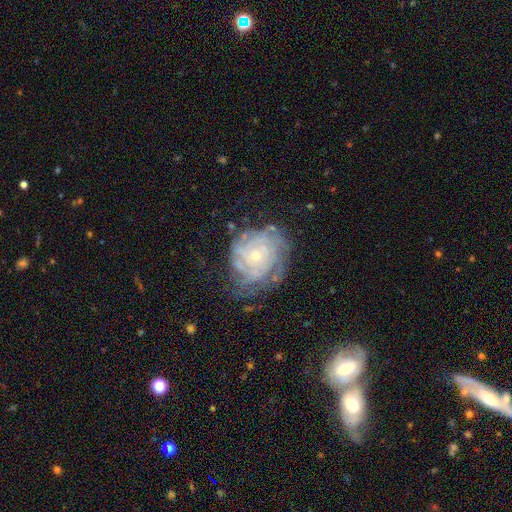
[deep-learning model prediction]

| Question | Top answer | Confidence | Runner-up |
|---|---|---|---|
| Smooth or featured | featured or disk | 81% | smooth (11%) |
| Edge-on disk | no | 97% | yes (3%) |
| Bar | no | 81% | weak (16%) |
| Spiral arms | yes | 93% | no (7%) |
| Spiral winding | tight | 75% | medium (20%) |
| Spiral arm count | can't tell | 40% | 4 (19%) |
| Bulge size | small | 76% | moderate (21%) |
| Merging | none | 62% | minor disturbance (22%) |